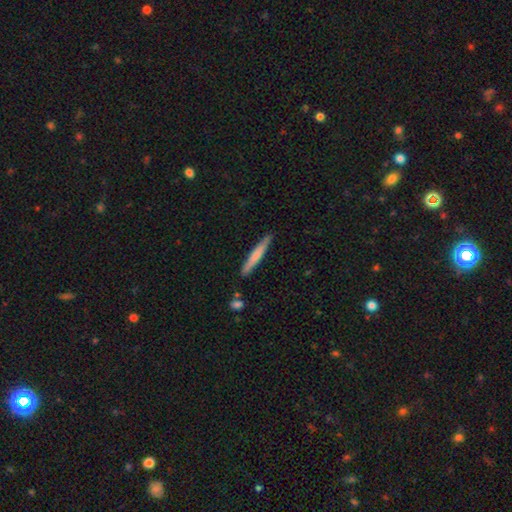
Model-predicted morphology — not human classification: Smooth or featured?
  - smooth: 64% *
  - featured or disk: 30%
  - star or artifact: 5%
How rounded?
  - cigar-shaped: 95% *
  - in between: 3%
  - round: 1%
Merging?
  - none: 87% *
  - minor disturbance: 9%
  - merger: 2%
  - major disturbance: 2%